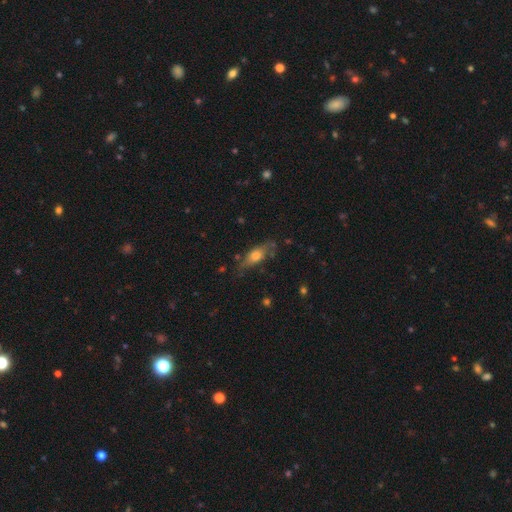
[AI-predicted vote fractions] The model was most divided on "smooth or featured": smooth: 58%, featured or disk: 34%, star or artifact: 8%. More confident: merging — none (65%); how rounded — in between (62%).